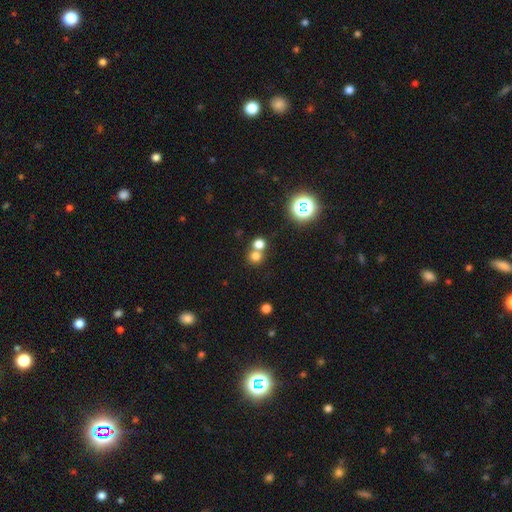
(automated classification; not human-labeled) A smooth galaxy with no disk features (73%) that is round (87%).

Vote fractions:
- Smooth or featured? smooth: 73% / star or artifact: 18% / featured or disk: 9%
- How rounded? round: 87% / in between: 12% / cigar-shaped: 1%
- Merging? none: 50% / merger: 41% / minor disturbance: 6% / major disturbance: 3%